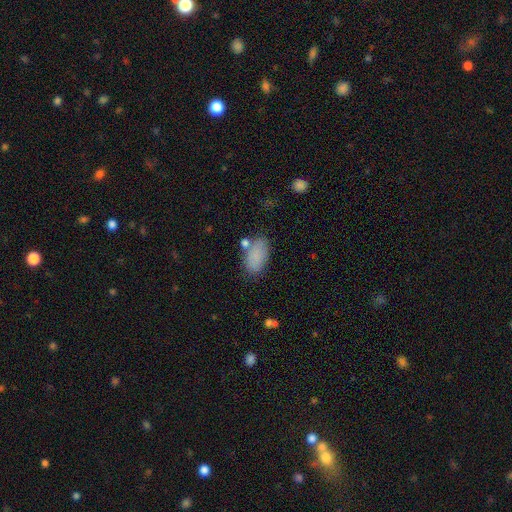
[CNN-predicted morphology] A smooth galaxy with no disk features (83%) that is in between round and cigar-shaped (93%). Merging: none (68%).